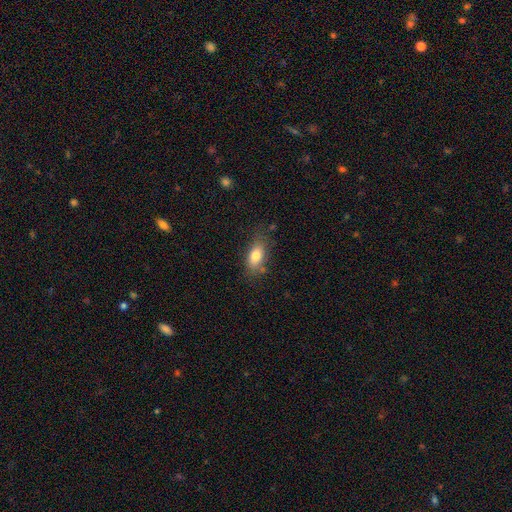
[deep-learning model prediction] smooth-or-featured: smooth: 78% | featured or disk: 14% | star or artifact: 8%
  how-rounded: in between: 86% | cigar-shaped: 8% | round: 6%
  merging: none: 72% | minor disturbance: 20% | major disturbance: 6% | merger: 3%